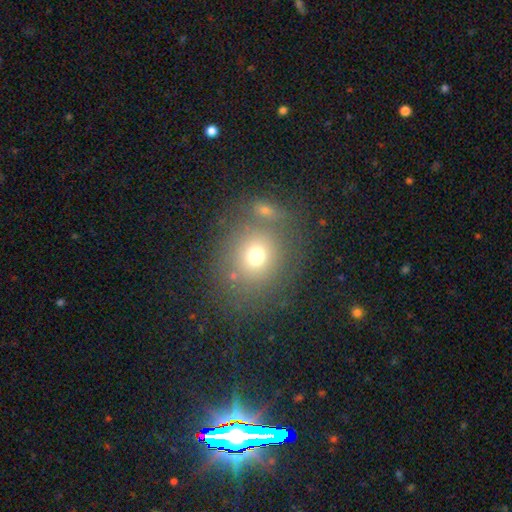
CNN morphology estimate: This is likely a smooth galaxy (70%). How rounded: clearly round (80%). Merging: likely none (68%).